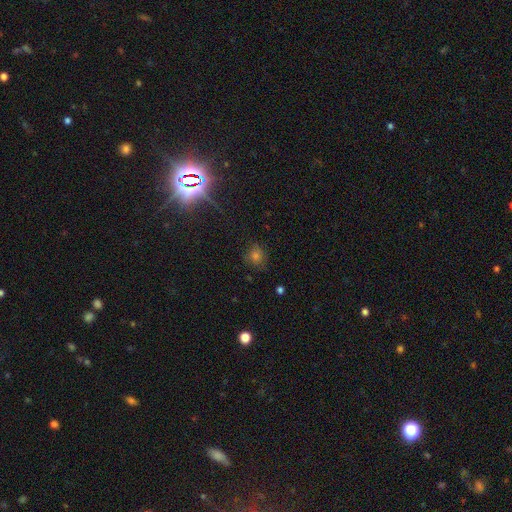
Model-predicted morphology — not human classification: Smooth or featured?
  - smooth: 57% *
  - star or artifact: 34%
  - featured or disk: 9%
How rounded?
  - round: 79% *
  - in between: 19%
  - cigar-shaped: 2%
Merging?
  - none: 80% *
  - minor disturbance: 14%
  - major disturbance: 4%
  - merger: 2%